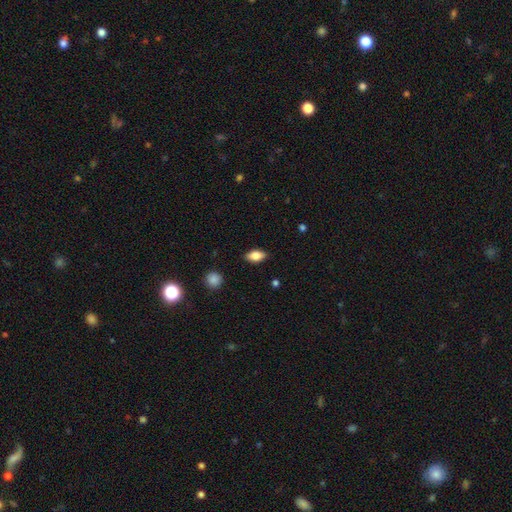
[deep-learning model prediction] Q: Smooth or featured?
A: smooth (78%); runner-up: featured or disk (15%)
Q: How rounded?
A: in between (88%); runner-up: cigar-shaped (6%)
Q: Merging?
A: none (86%); runner-up: minor disturbance (10%)